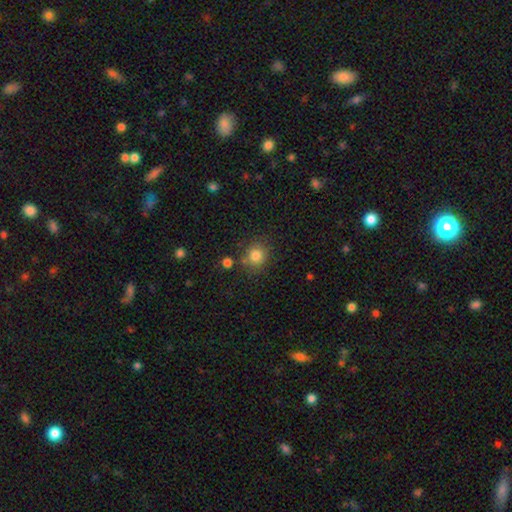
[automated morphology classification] smooth-or-featured: smooth: 82% | star or artifact: 12% | featured or disk: 6%
  how-rounded: round: 83% | in between: 16% | cigar-shaped: 1%
  merging: none: 77% | minor disturbance: 11% | merger: 8% | major disturbance: 4%